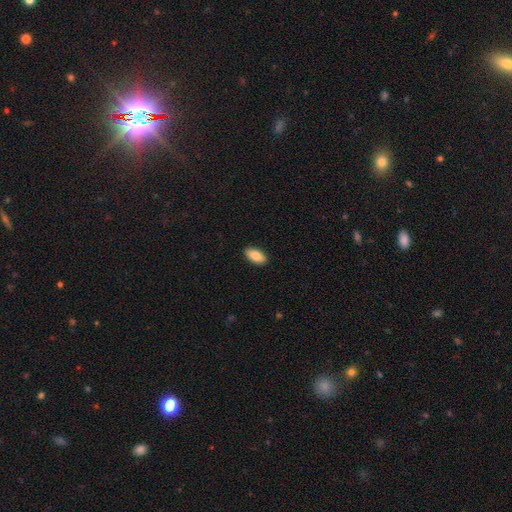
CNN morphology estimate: A smooth galaxy with no disk features (85%) that is in between round and cigar-shaped (92%). Merging: none (90%).